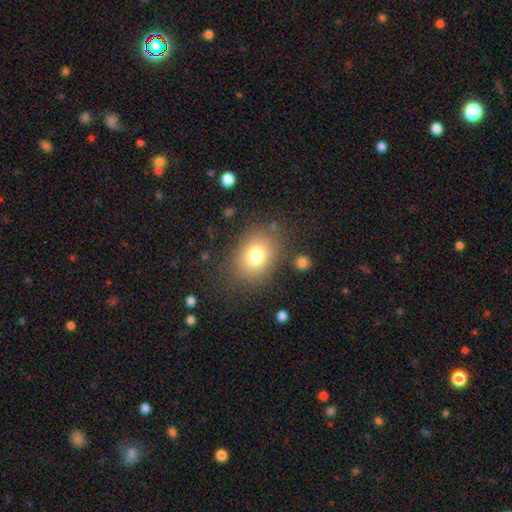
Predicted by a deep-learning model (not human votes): Smooth or featured: smooth — 78% (star or artifact — 12%)
How rounded: in between — 53% (round — 46%)
Merging: none — 79% (minor disturbance — 12%)